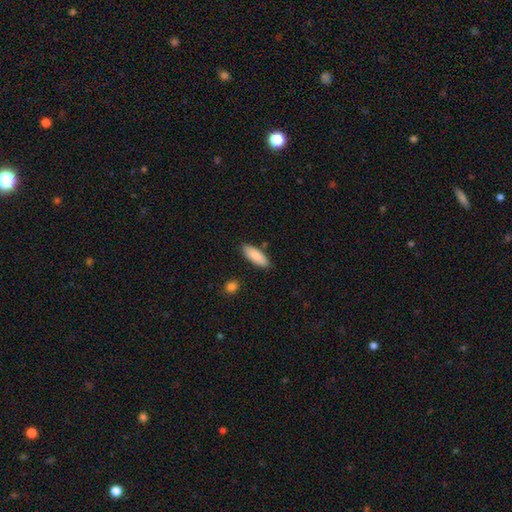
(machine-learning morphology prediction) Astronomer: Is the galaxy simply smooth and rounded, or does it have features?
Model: smooth — 87%.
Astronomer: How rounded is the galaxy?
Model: in between — 68%.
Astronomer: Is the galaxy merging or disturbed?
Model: none — 85%.